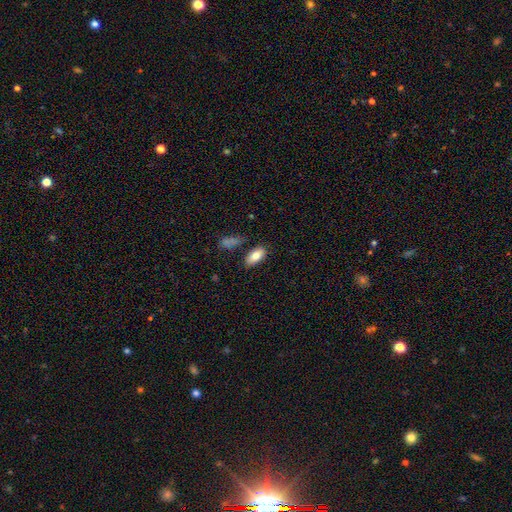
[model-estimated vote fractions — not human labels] Q: Smooth or featured?
A: smooth (81%); runner-up: featured or disk (13%)
Q: How rounded?
A: in between (91%); runner-up: cigar-shaped (6%)
Q: Merging?
A: none (79%); runner-up: minor disturbance (13%)